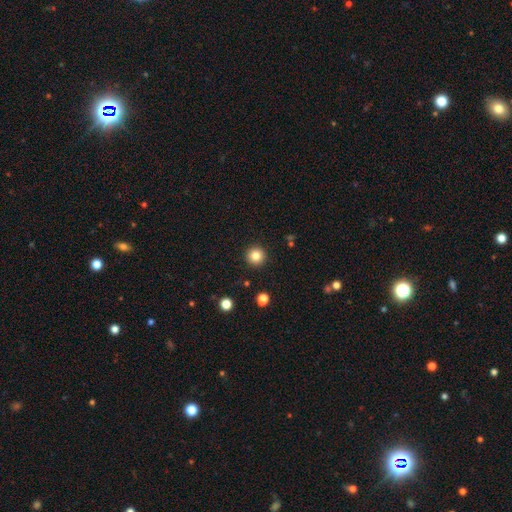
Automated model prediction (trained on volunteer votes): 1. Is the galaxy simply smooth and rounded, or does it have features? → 83% smooth, 11% star or artifact, 6% featured or disk.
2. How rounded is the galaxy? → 96% round, 3% in between, 1% cigar-shaped.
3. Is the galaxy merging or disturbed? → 93% none, 5% minor disturbance, 2% major disturbance, 1% merger.